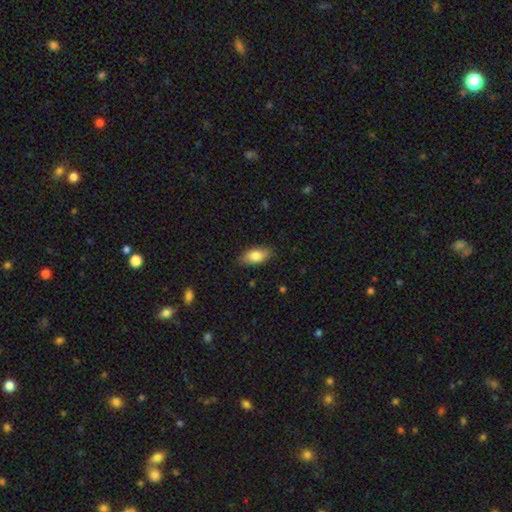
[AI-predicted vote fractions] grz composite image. It shows a smooth galaxy with no disk features (83%) that is in between round and cigar-shaped (91%). Merging: none (84%).